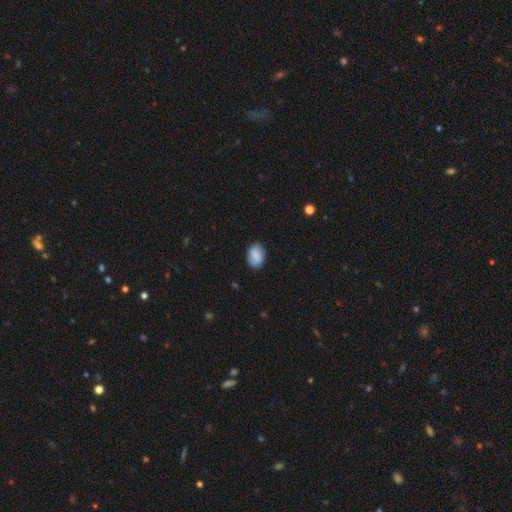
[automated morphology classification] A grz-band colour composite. It shows a smooth galaxy with no disk features (80%) that is in between round and cigar-shaped (82%). Merging: none (83%).